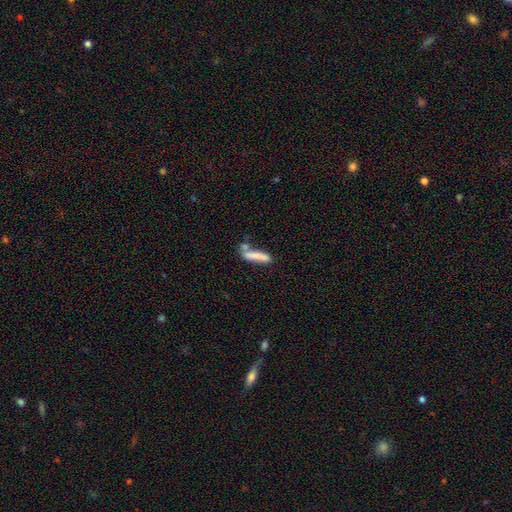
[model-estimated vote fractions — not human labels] The model was most divided on "merging": none: 51%, merger: 24%, minor disturbance: 18%, major disturbance: 7%. More confident: how rounded — cigar-shaped (83%); smooth or featured — smooth (74%).